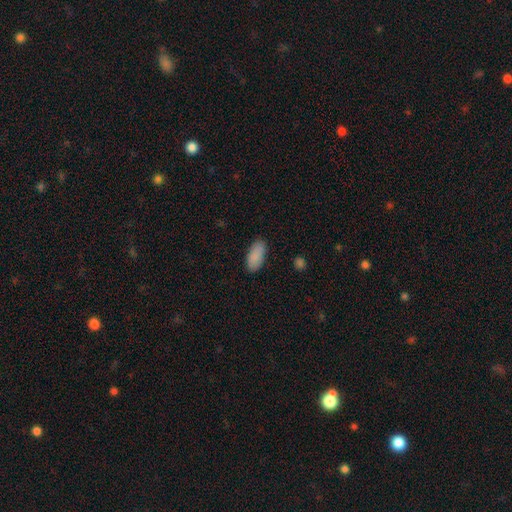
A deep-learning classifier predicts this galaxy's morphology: smooth 89%, star or artifact 7%, featured or disk 4%. Down the decision tree: how rounded — in between (90%); merging — none (85%).